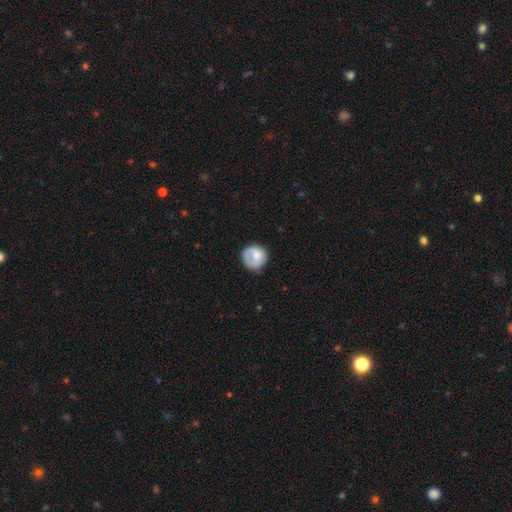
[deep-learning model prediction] Smooth or featured: smooth — 67% (featured or disk — 26%)
How rounded: round — 87% (in between — 12%)
Merging: none — 65% (minor disturbance — 22%)